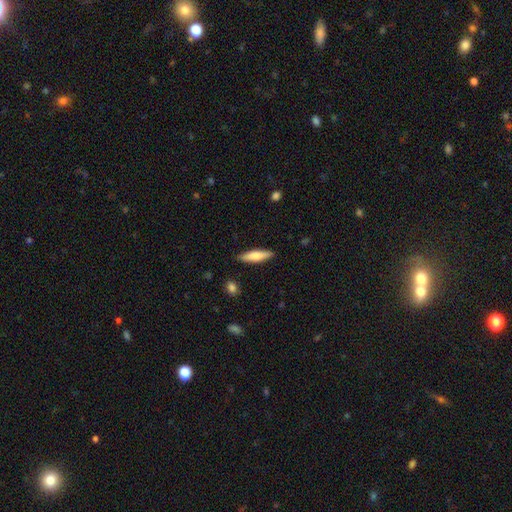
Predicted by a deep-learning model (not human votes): The model was most divided on "smooth or featured": smooth: 69%, featured or disk: 25%, star or artifact: 6%. More confident: merging — none (88%); how rounded — cigar-shaped (73%).